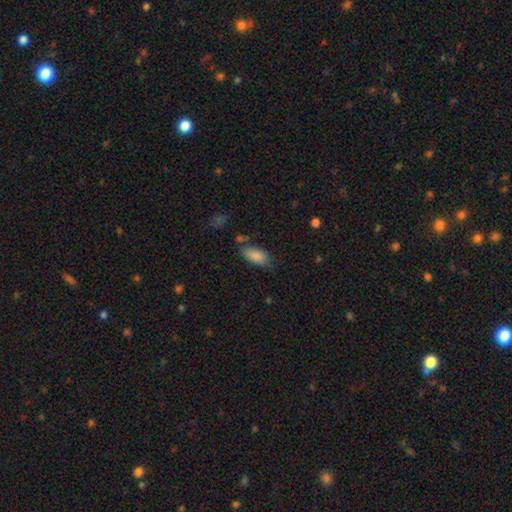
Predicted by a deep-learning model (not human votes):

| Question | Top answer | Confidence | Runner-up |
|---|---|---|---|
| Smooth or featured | smooth | 86% | star or artifact (8%) |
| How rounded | in between | 89% | cigar-shaped (9%) |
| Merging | none | 65% | minor disturbance (23%) |